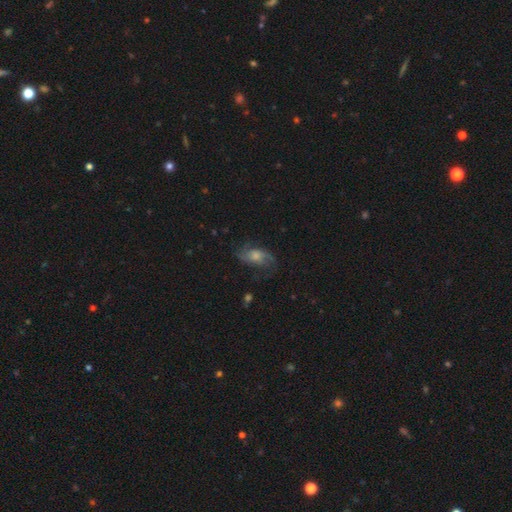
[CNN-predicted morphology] Smooth or featured? Predicted: featured or disk (p=0.63). Edge-on disk? Predicted: no (p=0.94). Bar? Predicted: no (p=0.67). Spiral arms? Predicted: yes (p=0.88). Spiral winding? Predicted: loose (p=0.45). Spiral arm count? Predicted: 2 (p=0.66). Bulge size? Predicted: moderate (p=0.42). Merging? Predicted: none (p=0.60).